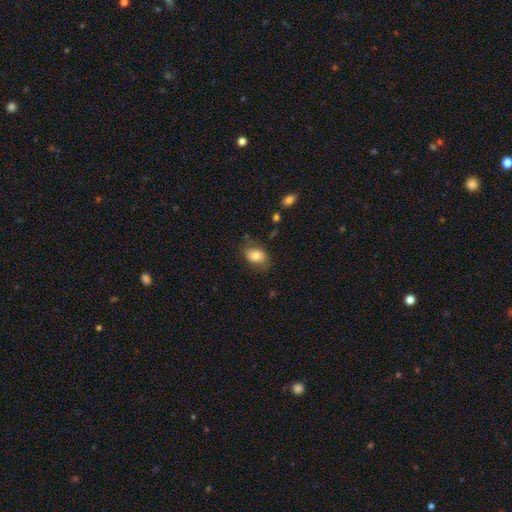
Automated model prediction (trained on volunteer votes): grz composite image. It shows a smooth galaxy with no disk features (76%) that is in between round and cigar-shaped (78%). Merging: none (70%).